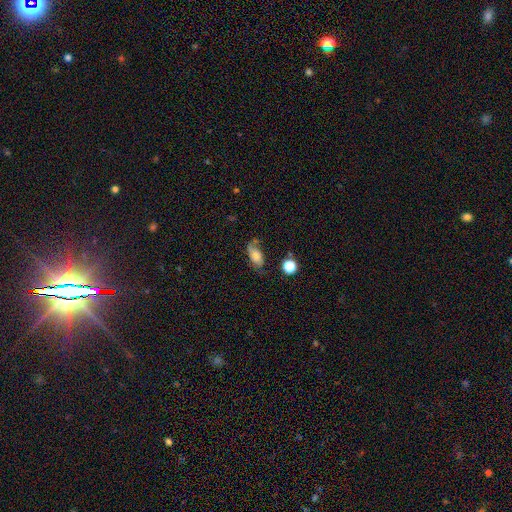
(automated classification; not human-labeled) This is possibly a smooth galaxy (57%). How rounded: clearly in between (87%). Merging: possibly none (51%).